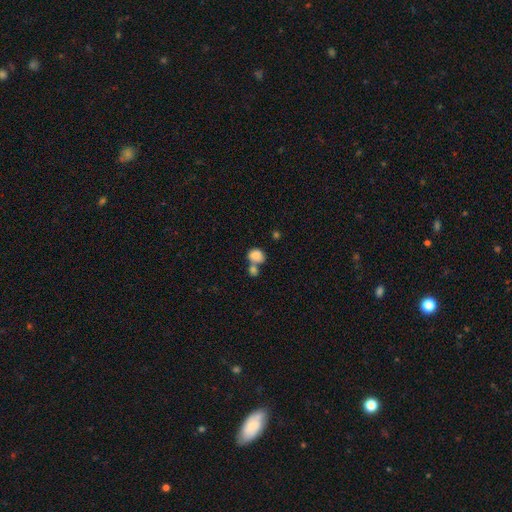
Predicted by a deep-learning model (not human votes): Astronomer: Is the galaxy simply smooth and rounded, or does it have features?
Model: smooth — 83%.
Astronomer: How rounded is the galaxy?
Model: round — 57% (runner-up: in between, 42%).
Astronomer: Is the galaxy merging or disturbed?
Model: merger — 54% (runner-up: none, 30%).